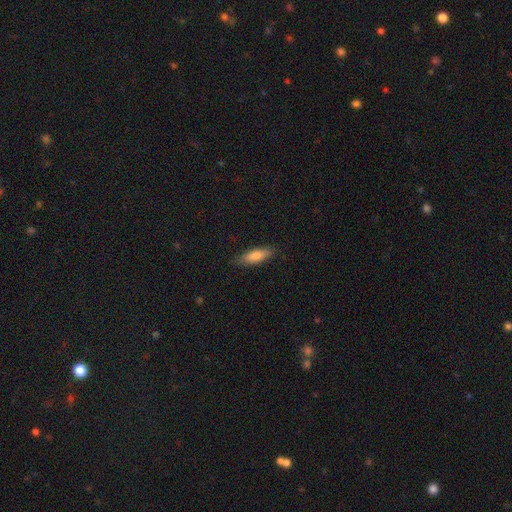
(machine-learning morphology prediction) A smooth galaxy with no disk features (77%) that is in between round and cigar-shaped (54%). Merging: none (84%).